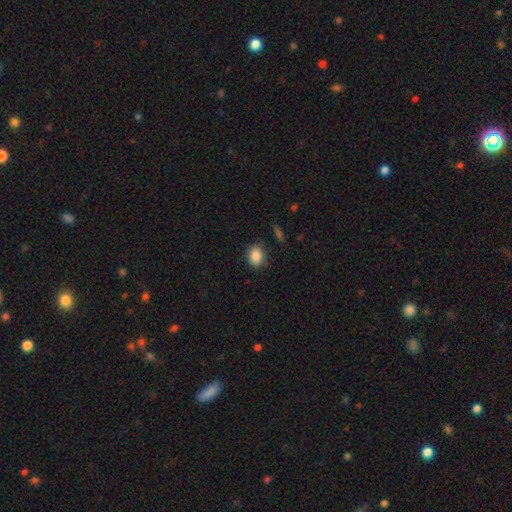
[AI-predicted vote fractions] Smooth or featured? smooth (87%)
How rounded? in between (64%)
Merging? none (81%)